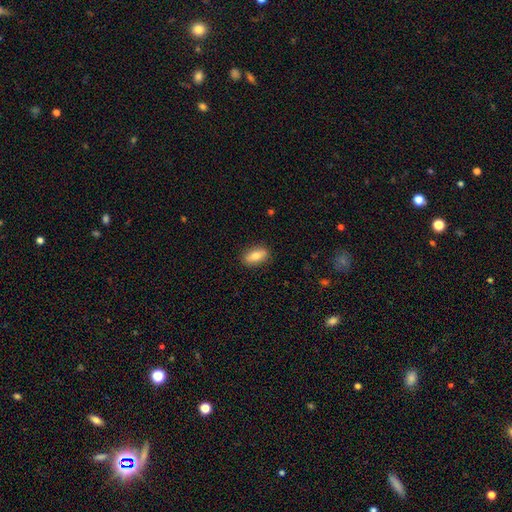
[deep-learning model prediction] A smooth galaxy with no disk features (76%) that is in between round and cigar-shaped (83%).

Vote fractions:
- Smooth or featured? smooth: 76% / featured or disk: 17% / star or artifact: 7%
- How rounded? in between: 83% / cigar-shaped: 12% / round: 6%
- Merging? none: 87% / minor disturbance: 10% / major disturbance: 2% / merger: 1%